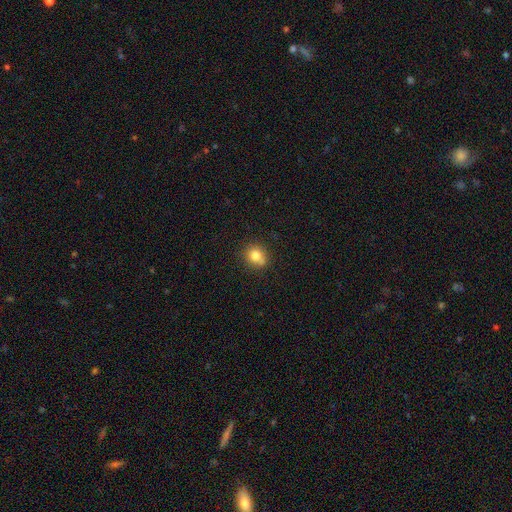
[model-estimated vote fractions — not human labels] smooth 80%, star or artifact 11%, featured or disk 9%. Down the decision tree: how rounded — round (79%); merging — none (71%).